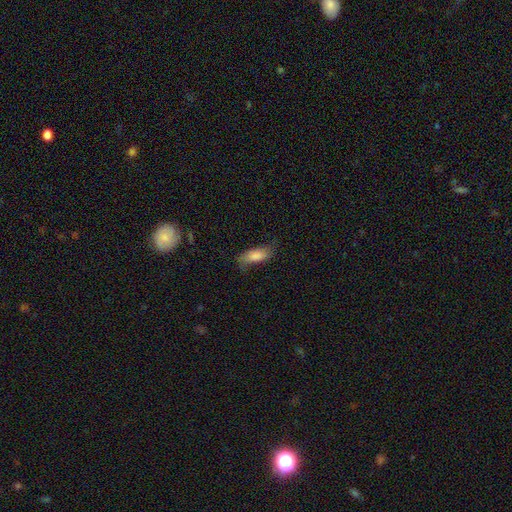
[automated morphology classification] A smooth galaxy with no disk features (80%) that is in between round and cigar-shaped (75%).

Vote fractions:
- Smooth or featured? smooth: 80% / featured or disk: 13% / star or artifact: 7%
- How rounded? in between: 75% / cigar-shaped: 23% / round: 2%
- Merging? none: 60% / minor disturbance: 28% / major disturbance: 10% / merger: 2%